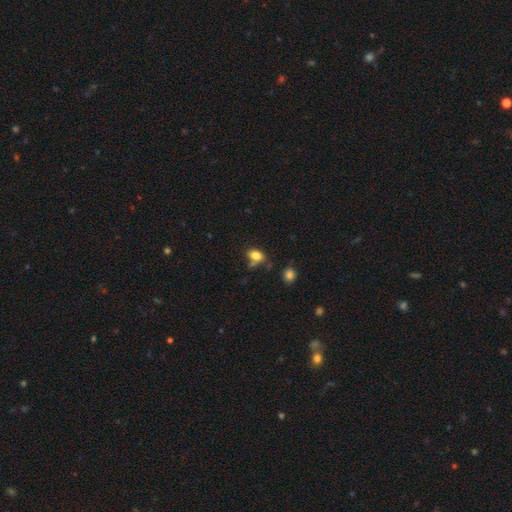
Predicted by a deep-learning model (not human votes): Smooth or featured?
  - smooth: 81% *
  - star or artifact: 11%
  - featured or disk: 9%
How rounded?
  - in between: 80% *
  - round: 17%
  - cigar-shaped: 2%
Merging?
  - none: 52% *
  - minor disturbance: 23%
  - merger: 16%
  - major disturbance: 9%